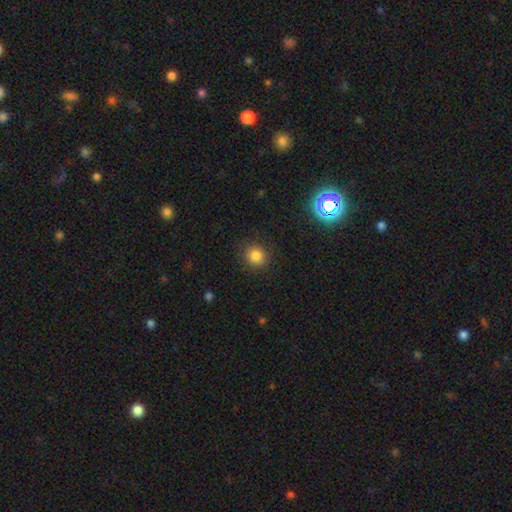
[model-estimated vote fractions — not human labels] A smooth galaxy with no disk features (82%) that is round (90%).

Vote fractions:
- Smooth or featured? smooth: 82% / star or artifact: 12% / featured or disk: 5%
- How rounded? round: 90% / in between: 9% / cigar-shaped: 1%
- Merging? none: 89% / minor disturbance: 7% / major disturbance: 3% / merger: 1%